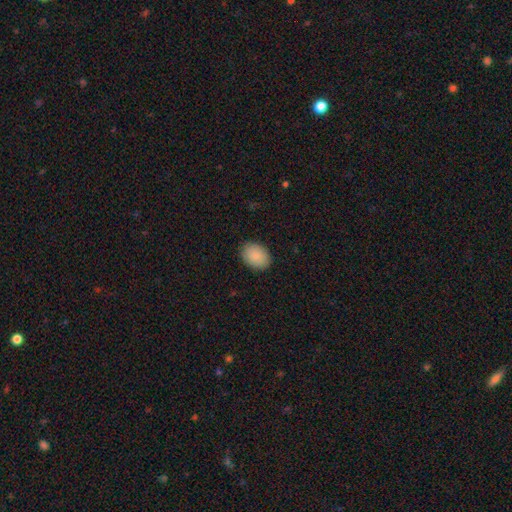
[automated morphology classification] This appears to be a smooth galaxy with no disk features (88%) that is in between round and cigar-shaped (75%). Merging: none (89%).